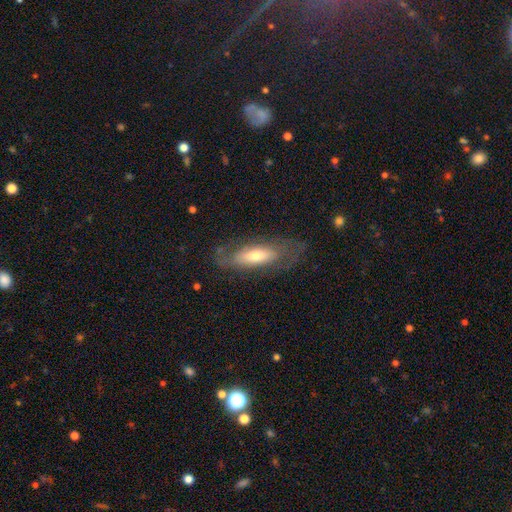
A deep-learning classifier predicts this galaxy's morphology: Smooth or featured? Predicted: featured or disk (p=0.51). Edge-on disk? Predicted: no (p=0.69). Merging? Predicted: none (p=0.66).